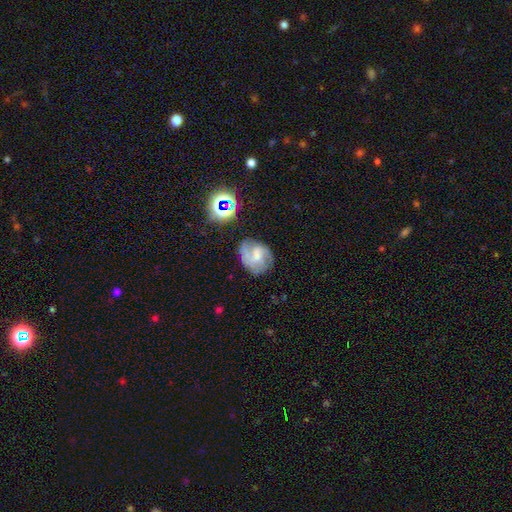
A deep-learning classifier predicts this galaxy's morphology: Overall: featured or disk (64%; smooth 26%). Edge-on disk: no (98%). Bar: weak (49%; no 39%). Spiral arms: yes (88%). Spiral arm count: 2 (47%; can't tell 21%). Spiral winding: medium (46%; tight 30%). Bulge size: none (34%; moderate 30%). Merging: none (61%; minor disturbance 23%).